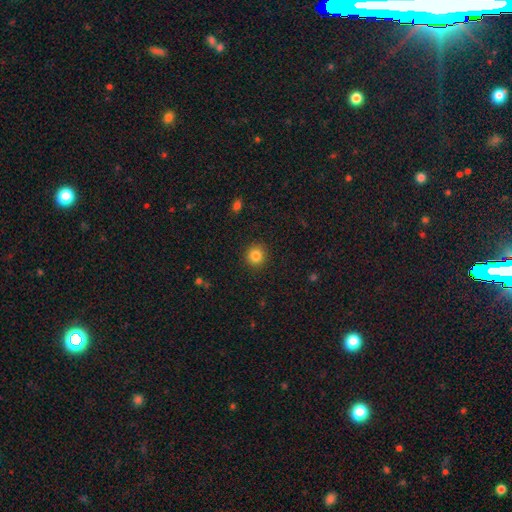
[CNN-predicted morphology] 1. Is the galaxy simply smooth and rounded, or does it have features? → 84% smooth, 11% star or artifact, 5% featured or disk.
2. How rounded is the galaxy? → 91% round, 8% in between, 1% cigar-shaped.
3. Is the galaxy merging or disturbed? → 91% none, 6% minor disturbance, 2% major disturbance, 1% merger.